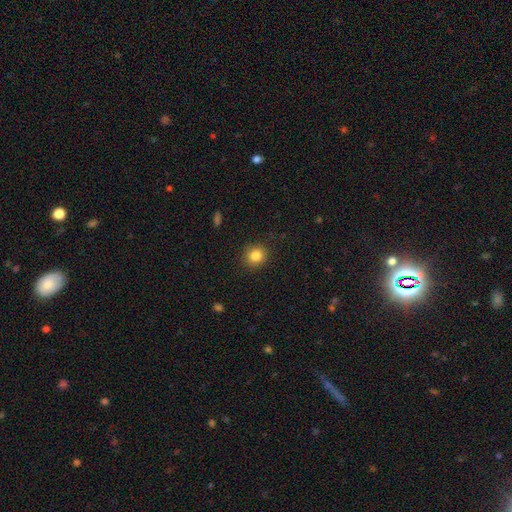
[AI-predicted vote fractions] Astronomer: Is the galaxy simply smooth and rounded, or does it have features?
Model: smooth — 84%.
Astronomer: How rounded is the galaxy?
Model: round — 83%.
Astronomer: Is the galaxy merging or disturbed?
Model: none — 88%.